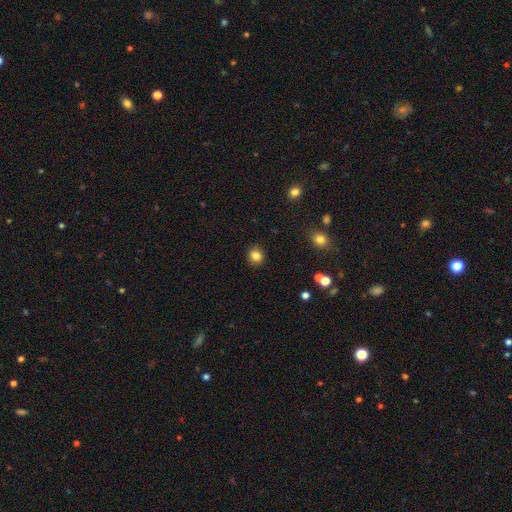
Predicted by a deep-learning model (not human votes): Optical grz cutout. It shows a smooth galaxy with no disk features (84%) that is round (80%). Merging: none (89%).